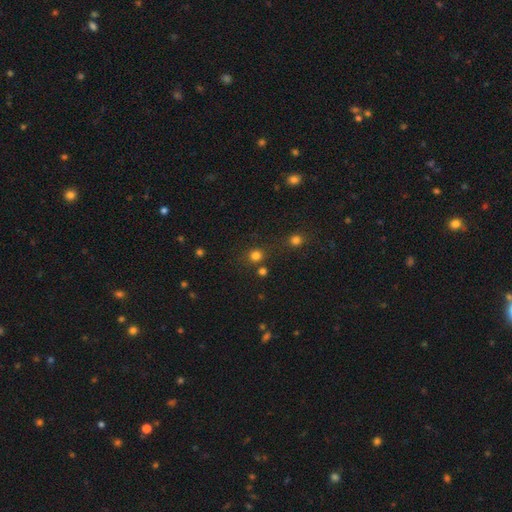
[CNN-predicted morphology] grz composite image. It shows a smooth galaxy with no disk features (77%) that is round (87%). Merging: none (74%).